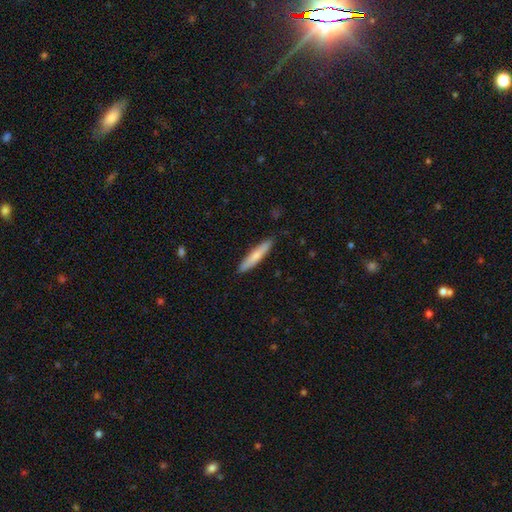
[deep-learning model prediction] Overall: smooth (72%). How rounded: cigar-shaped (88%). Merging: none (88%).